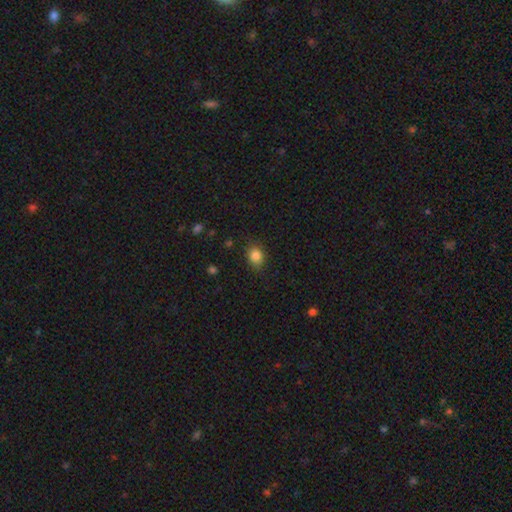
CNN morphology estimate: Overall: smooth (84%). How rounded: round (51%; in between 48%). Merging: none (81%).